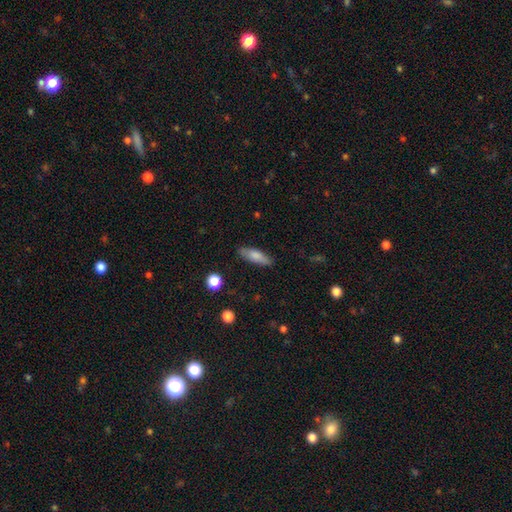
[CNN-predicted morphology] type=smooth (77%); roundness=in between (49%); merging=none (85%).